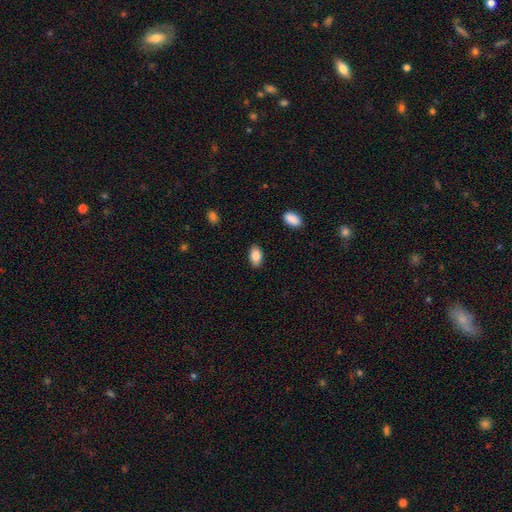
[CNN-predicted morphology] smooth 87%, star or artifact 7%, featured or disk 6%. Down the decision tree: how rounded — in between (92%); merging — none (87%).